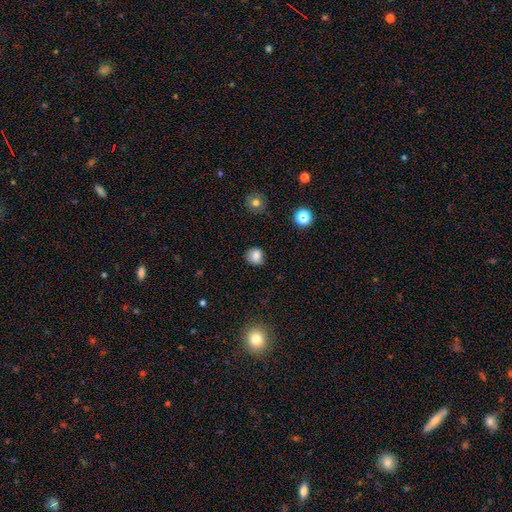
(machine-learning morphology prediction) Smooth or featured? smooth (83%)
How rounded? round (81%)
Merging? none (82%)